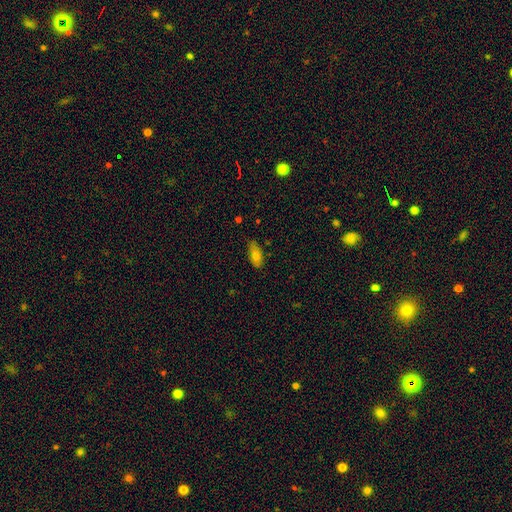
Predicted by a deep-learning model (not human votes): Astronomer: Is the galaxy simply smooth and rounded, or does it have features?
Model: smooth — 77%.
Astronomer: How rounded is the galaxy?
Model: in between — 84%.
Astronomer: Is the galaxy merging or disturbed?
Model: none — 77%.